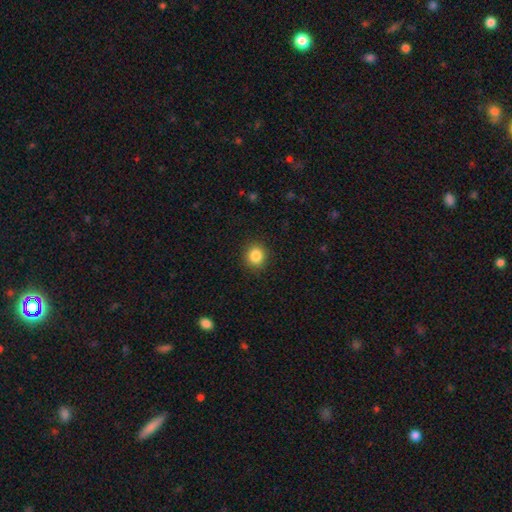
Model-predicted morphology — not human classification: Q: Smooth or featured?
A: smooth (86%); runner-up: star or artifact (10%)
Q: How rounded?
A: round (87%); runner-up: in between (12%)
Q: Merging?
A: none (90%); runner-up: minor disturbance (7%)